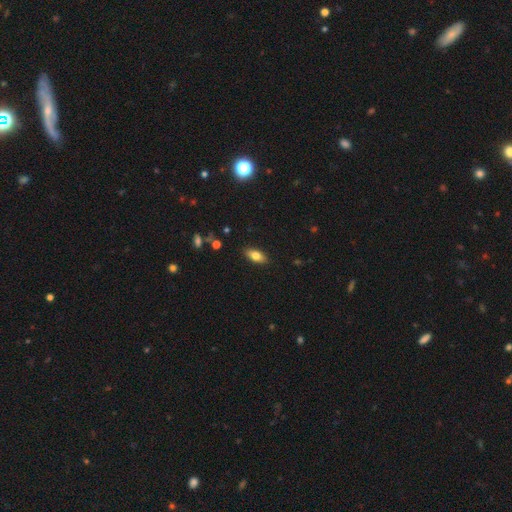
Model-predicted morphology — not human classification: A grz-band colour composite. It shows a smooth galaxy with no disk features (75%) that is in between round and cigar-shaped (85%). Merging: none (88%).